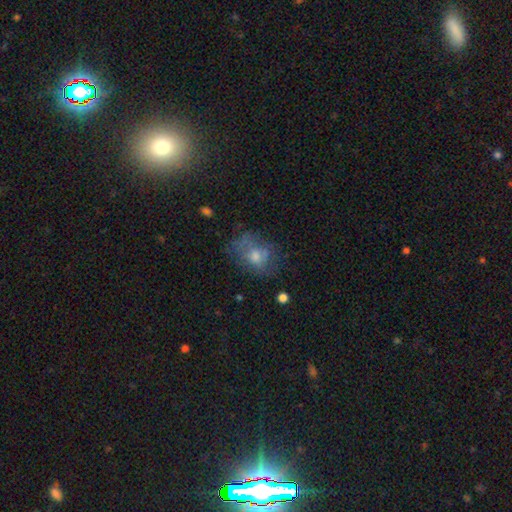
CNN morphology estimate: Smooth or featured? smooth (51%)
How rounded? in between (64%)
Merging? none (48%)